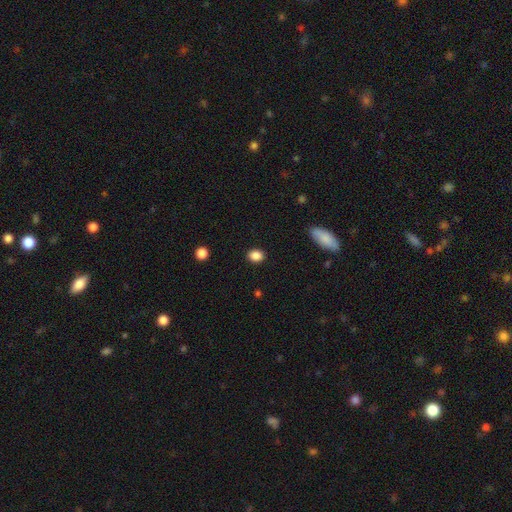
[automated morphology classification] smooth 87%, star or artifact 9%, featured or disk 4%. Down the decision tree: how rounded — in between (55%); merging — none (89%).